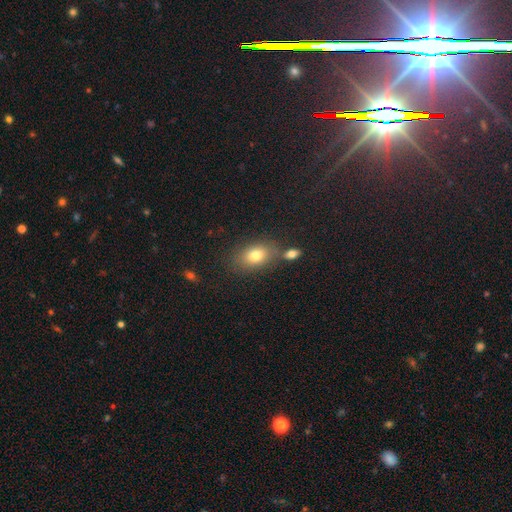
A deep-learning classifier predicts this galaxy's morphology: This appears to be a smooth galaxy with no disk features (77%) that is in between round and cigar-shaped (82%). Merging: none (69%).